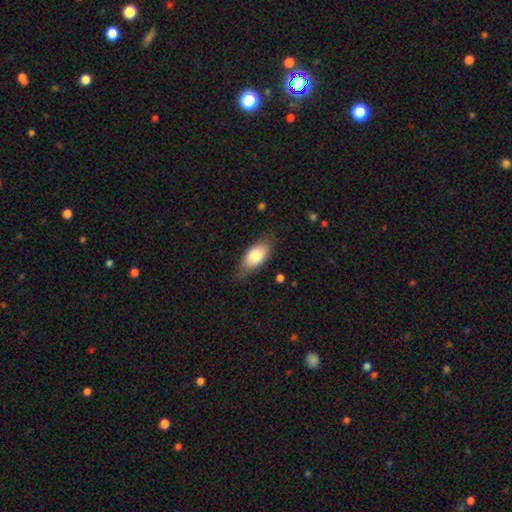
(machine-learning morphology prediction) Q: Smooth or featured?
A: smooth (78%); runner-up: featured or disk (16%)
Q: How rounded?
A: in between (89%); runner-up: cigar-shaped (7%)
Q: Merging?
A: none (70%); runner-up: minor disturbance (23%)